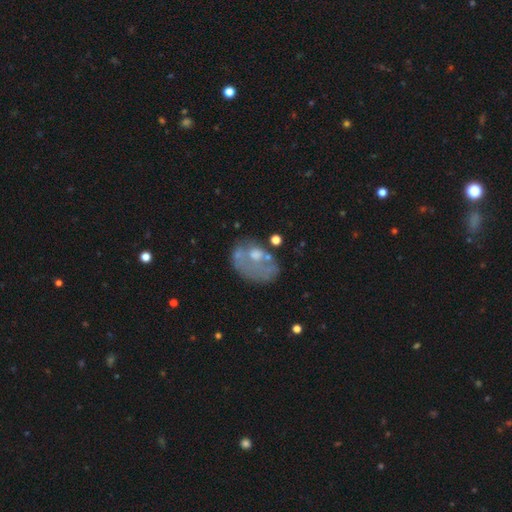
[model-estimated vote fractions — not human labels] smooth_or_featured: featured or disk (p=0.47) [alt: smooth p=0.40]
merging: none (p=0.39) [alt: major disturbance p=0.26]